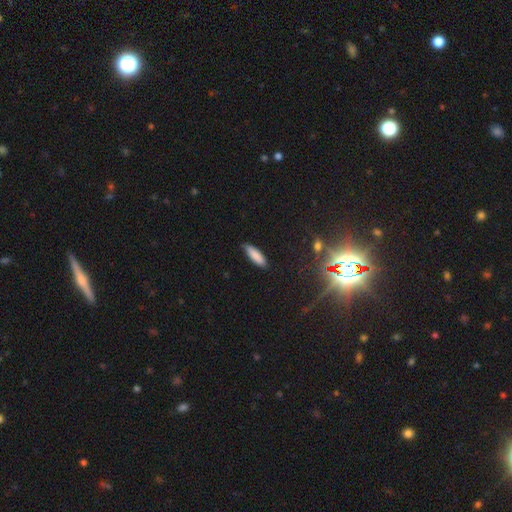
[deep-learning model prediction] A smooth galaxy with no disk features (85%) that is cigar-shaped (61%). Merging: none (86%).